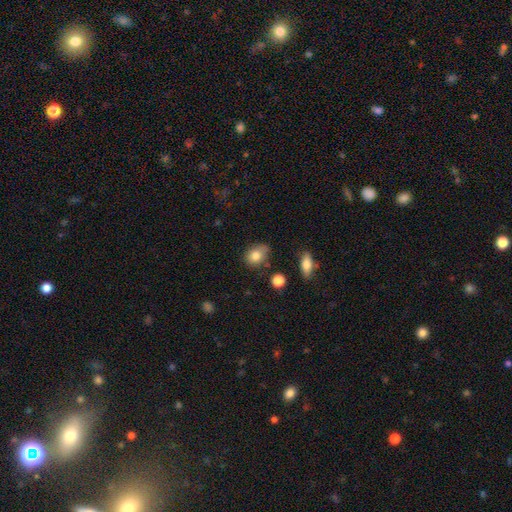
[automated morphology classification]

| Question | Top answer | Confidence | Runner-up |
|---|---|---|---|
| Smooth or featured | smooth | 82% | featured or disk (9%) |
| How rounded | in between | 60% | round (39%) |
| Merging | none | 60% | minor disturbance (28%) |